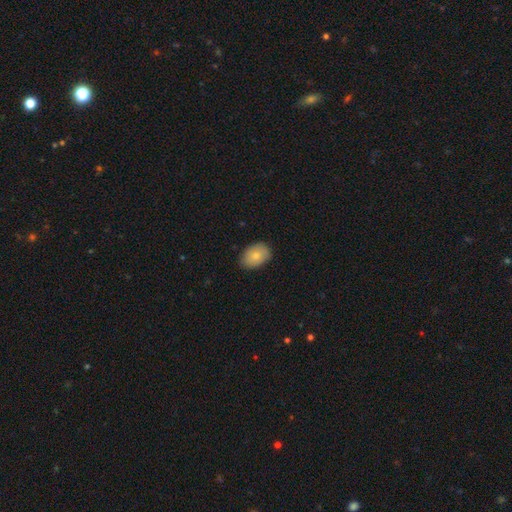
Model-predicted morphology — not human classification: smooth_or_featured: smooth (p=0.82) [alt: featured or disk p=0.11]
how_rounded: in between (p=0.82) [alt: round p=0.17]
merging: none (p=0.82) [alt: minor disturbance p=0.14]